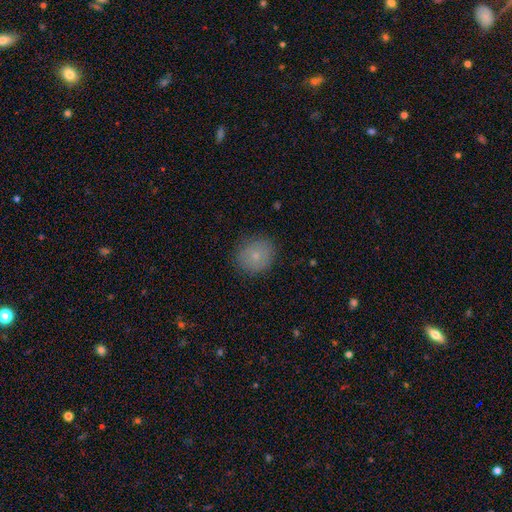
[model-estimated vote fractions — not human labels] Q: Smooth or featured?
A: smooth (76%); runner-up: featured or disk (15%)
Q: How rounded?
A: round (80%); runner-up: in between (19%)
Q: Merging?
A: none (84%); runner-up: minor disturbance (12%)